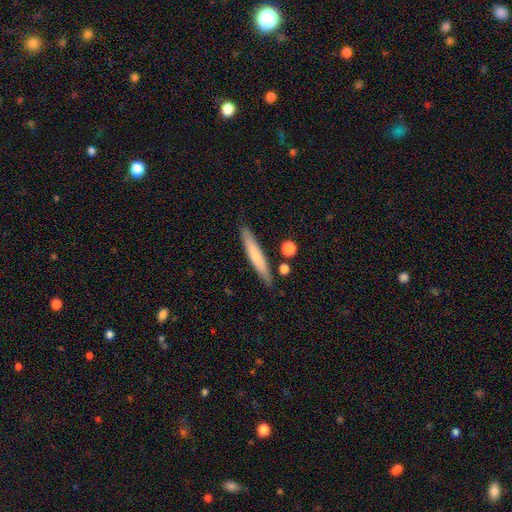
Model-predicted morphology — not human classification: type=smooth (69%); roundness=cigar-shaped (93%); merging=none (84%).